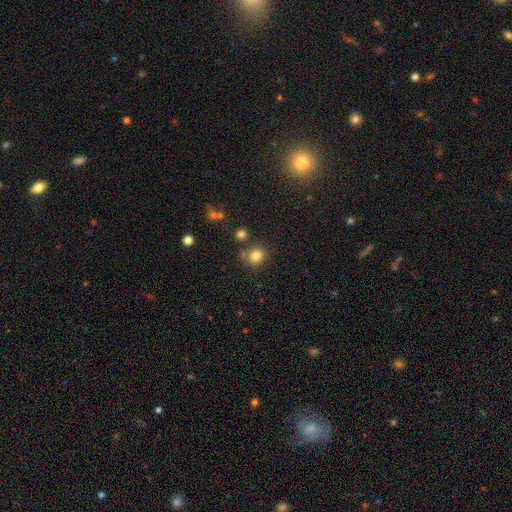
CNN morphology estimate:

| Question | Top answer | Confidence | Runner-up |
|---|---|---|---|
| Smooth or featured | smooth | 81% | star or artifact (12%) |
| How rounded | round | 79% | in between (20%) |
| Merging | none | 71% | merger (13%) |